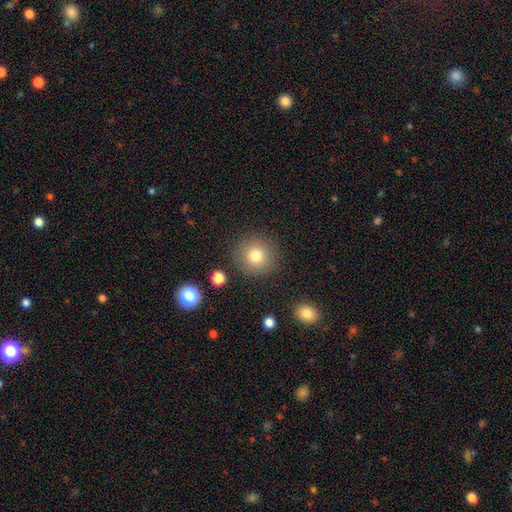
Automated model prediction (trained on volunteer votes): smooth-or-featured: smooth: 80% | star or artifact: 11% | featured or disk: 10%
  how-rounded: round: 94% | in between: 5% | cigar-shaped: 1%
  merging: none: 87% | minor disturbance: 8% | major disturbance: 3% | merger: 2%